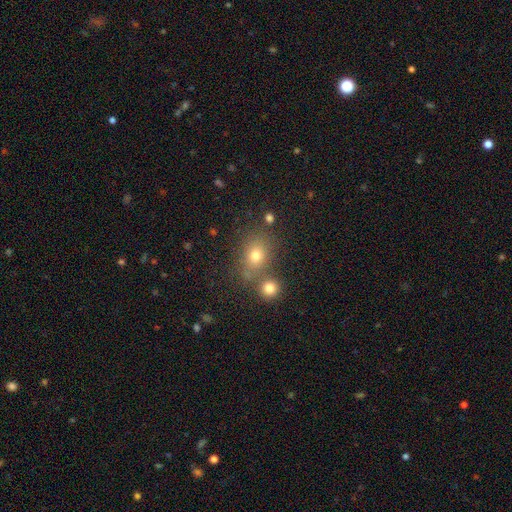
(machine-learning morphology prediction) smooth 72%, star or artifact 17%, featured or disk 11%. Down the decision tree: how rounded — round (55%); merging — none (63%).